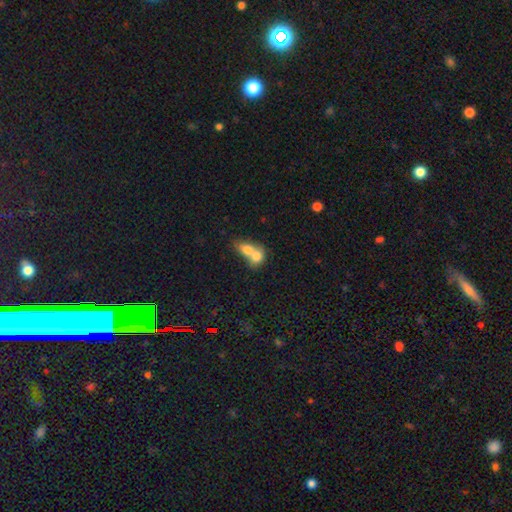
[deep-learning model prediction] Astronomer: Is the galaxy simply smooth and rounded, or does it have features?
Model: smooth — 72%.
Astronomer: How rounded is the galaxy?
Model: in between — 50% (runner-up: round, 48%).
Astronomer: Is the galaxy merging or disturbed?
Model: merger — 77%.